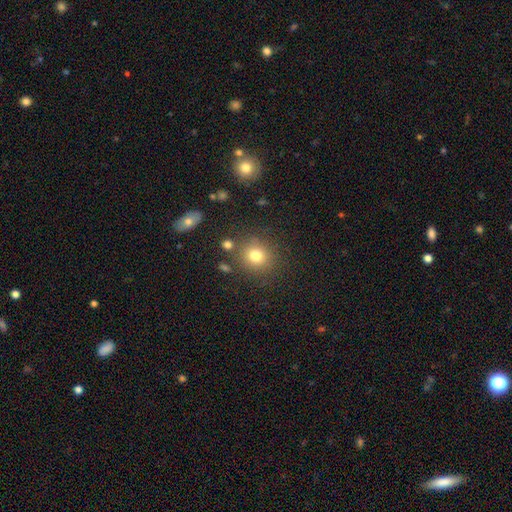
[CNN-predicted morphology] A smooth galaxy with no disk features (77%) that is round (85%). Merging: none (81%).